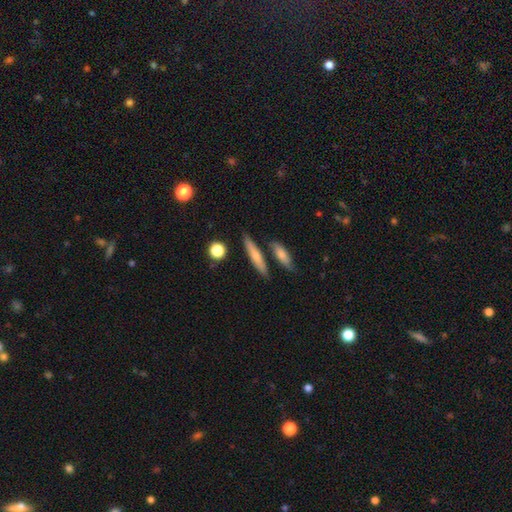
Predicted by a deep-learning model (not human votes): smooth-or-featured: smooth: 66% | featured or disk: 28% | star or artifact: 7%
  how-rounded: cigar-shaped: 80% | in between: 15% | round: 4%
  merging: none: 77% | minor disturbance: 11% | merger: 10% | major disturbance: 2%